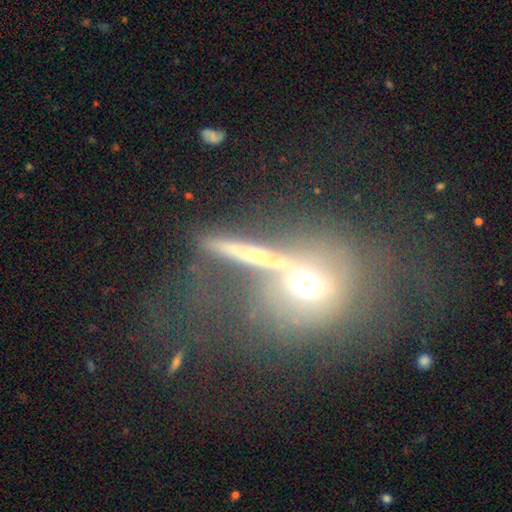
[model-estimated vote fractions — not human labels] A featured or disk galaxy (46%). Merging: none (45%).